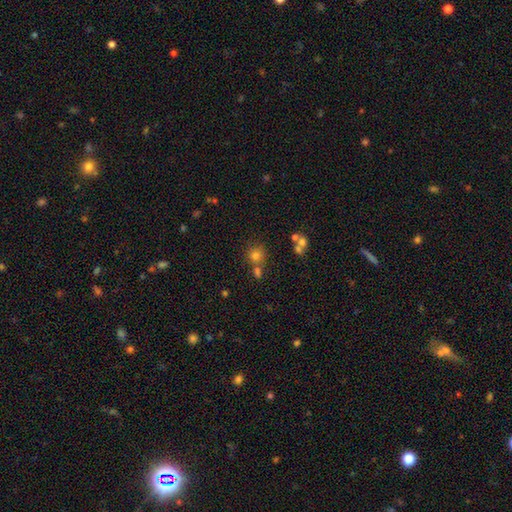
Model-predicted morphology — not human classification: Smooth or featured?
  - smooth: 72% *
  - star or artifact: 18%
  - featured or disk: 9%
How rounded?
  - round: 89% *
  - in between: 10%
  - cigar-shaped: 1%
Merging?
  - none: 64% *
  - merger: 24%
  - minor disturbance: 9%
  - major disturbance: 4%